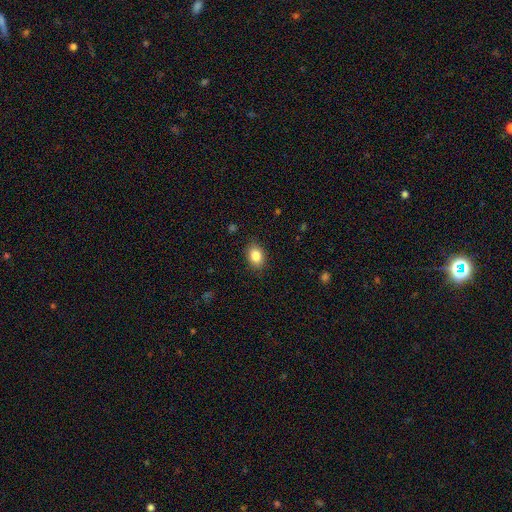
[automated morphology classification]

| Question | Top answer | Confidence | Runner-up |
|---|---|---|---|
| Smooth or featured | smooth | 85% | star or artifact (9%) |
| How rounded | in between | 76% | round (22%) |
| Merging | none | 86% | minor disturbance (10%) |